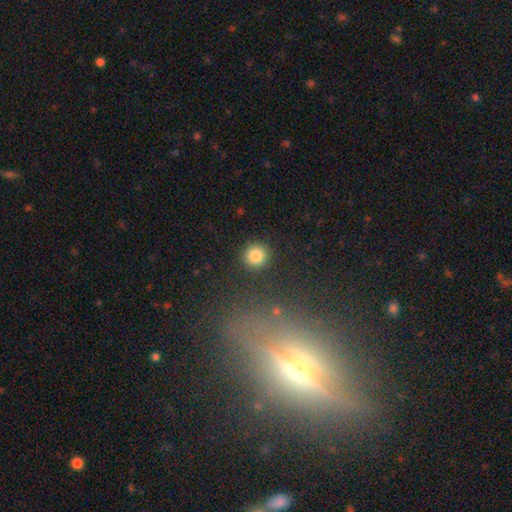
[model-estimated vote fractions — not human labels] smooth-or-featured: smooth: 85% | star or artifact: 11% | featured or disk: 5%
  how-rounded: round: 94% | in between: 5% | cigar-shaped: 1%
  merging: none: 90% | minor disturbance: 6% | major disturbance: 2% | merger: 2%